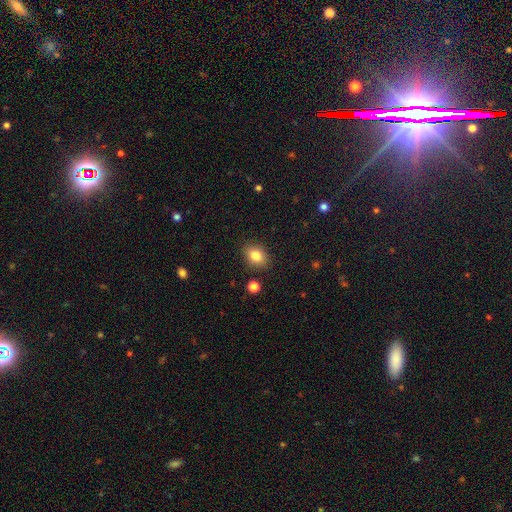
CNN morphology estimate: This is clearly a smooth galaxy (83%). How rounded: likely in between (68%). Merging: clearly none (87%).